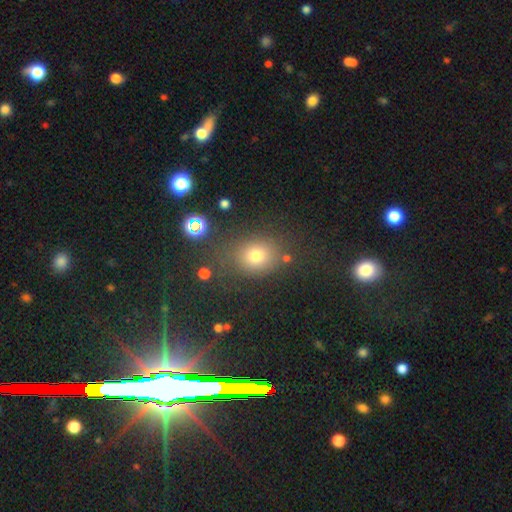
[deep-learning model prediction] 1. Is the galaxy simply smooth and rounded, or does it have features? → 72% smooth, 19% star or artifact, 9% featured or disk.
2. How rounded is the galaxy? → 61% round, 37% in between, 1% cigar-shaped.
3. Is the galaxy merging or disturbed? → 72% none, 14% minor disturbance, 8% major disturbance, 6% merger.